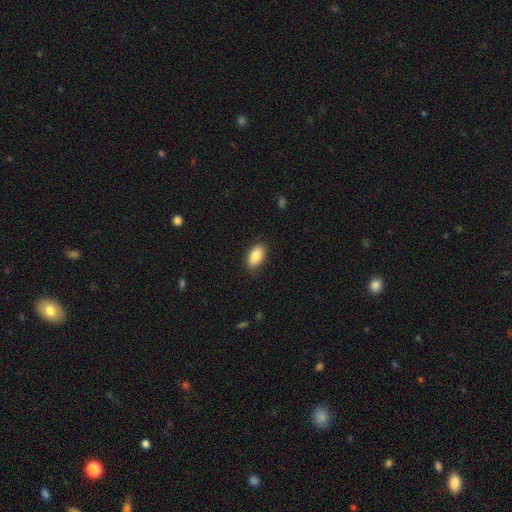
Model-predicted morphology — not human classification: Smooth or featured: smooth — 88% (star or artifact — 7%)
How rounded: in between — 93% (round — 4%)
Merging: none — 87% (minor disturbance — 9%)